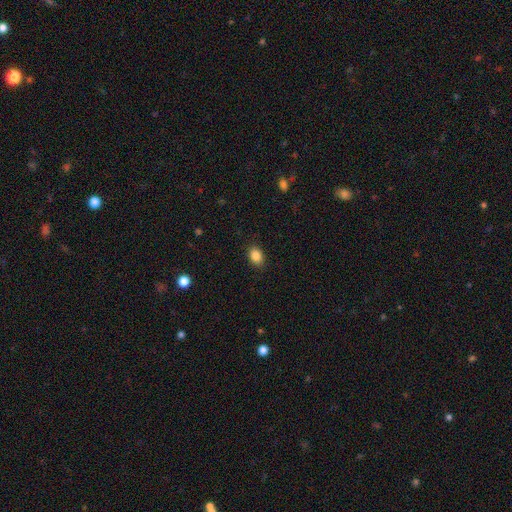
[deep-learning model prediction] The model was most divided on "how rounded": in between: 76%, round: 23%, cigar-shaped: 1%. More confident: merging — none (87%); smooth or featured — smooth (86%).